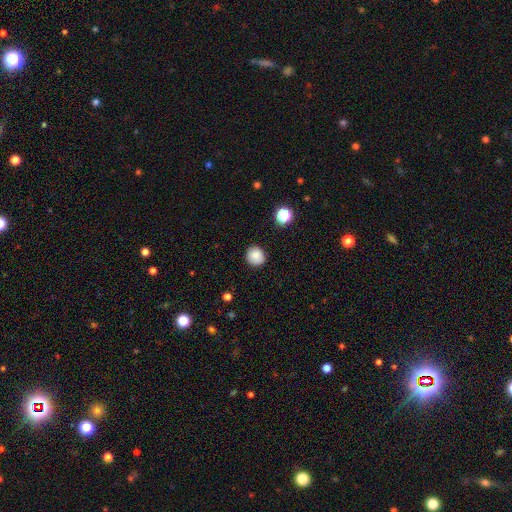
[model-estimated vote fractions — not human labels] This appears to be a smooth galaxy with no disk features (84%) that is round (88%). Merging: none (89%).